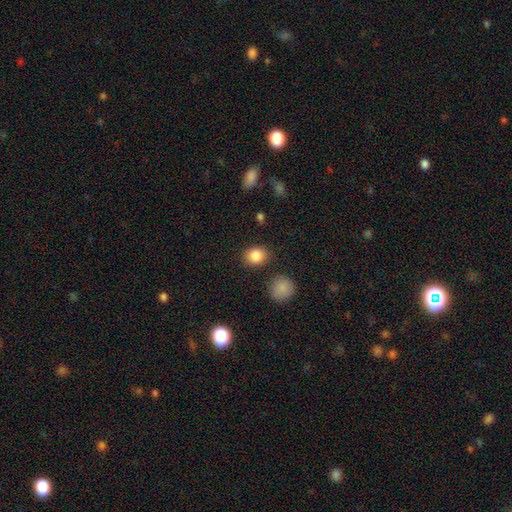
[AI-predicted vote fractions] This is clearly a smooth galaxy (86%). How rounded: possibly round (57%). Merging: clearly none (84%).